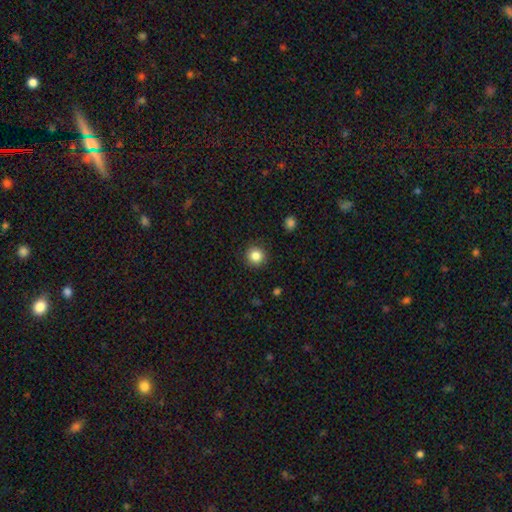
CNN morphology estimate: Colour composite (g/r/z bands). It shows a smooth galaxy with no disk features (85%) that is round (94%). Merging: none (91%).